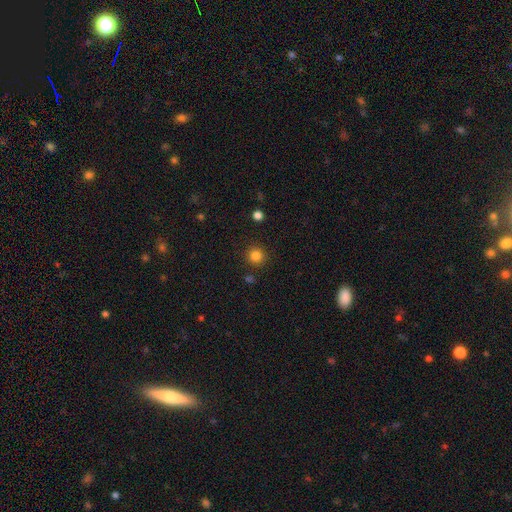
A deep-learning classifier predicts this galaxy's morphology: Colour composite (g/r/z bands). It shows a smooth galaxy with no disk features (83%) that is round (94%). Merging: none (90%).